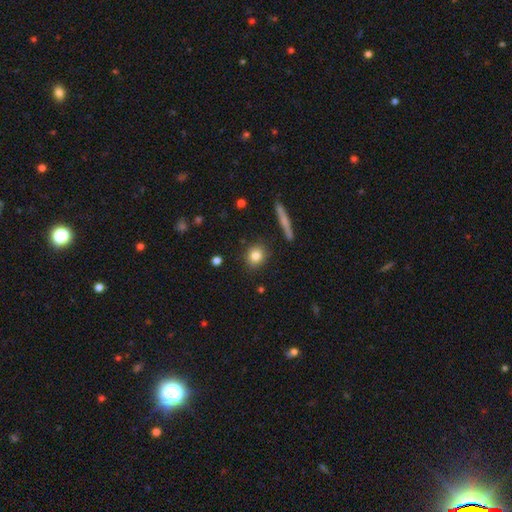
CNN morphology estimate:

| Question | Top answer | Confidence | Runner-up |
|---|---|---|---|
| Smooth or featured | smooth | 82% | star or artifact (9%) |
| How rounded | round | 79% | in between (18%) |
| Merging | none | 85% | minor disturbance (9%) |